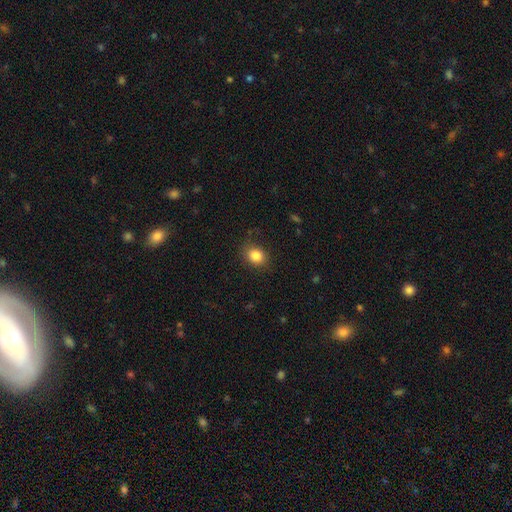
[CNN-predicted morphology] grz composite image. It shows a smooth galaxy with no disk features (84%) that is round (50%). Merging: none (83%).